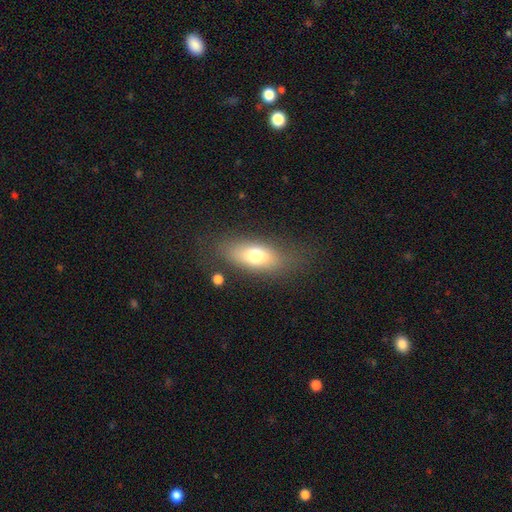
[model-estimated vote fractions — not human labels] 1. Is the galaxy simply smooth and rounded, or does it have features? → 71% smooth, 20% featured or disk, 9% star or artifact.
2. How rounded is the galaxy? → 79% in between, 14% cigar-shaped, 7% round.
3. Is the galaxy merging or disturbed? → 72% none, 16% minor disturbance, 9% major disturbance, 3% merger.